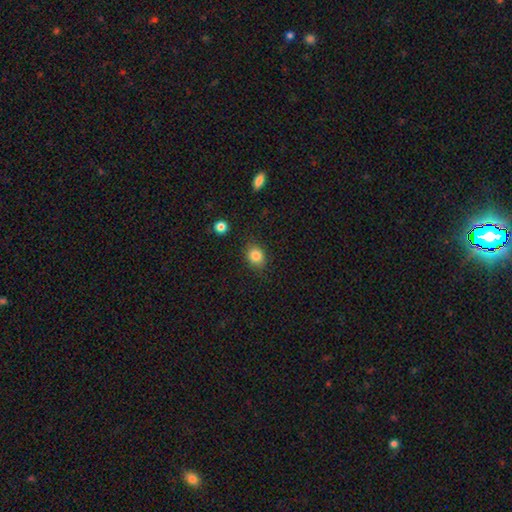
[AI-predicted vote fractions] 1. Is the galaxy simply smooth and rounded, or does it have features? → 84% smooth, 10% star or artifact, 5% featured or disk.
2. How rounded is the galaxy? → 62% round, 37% in between, 1% cigar-shaped.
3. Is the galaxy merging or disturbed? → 83% none, 12% minor disturbance, 3% major disturbance, 2% merger.